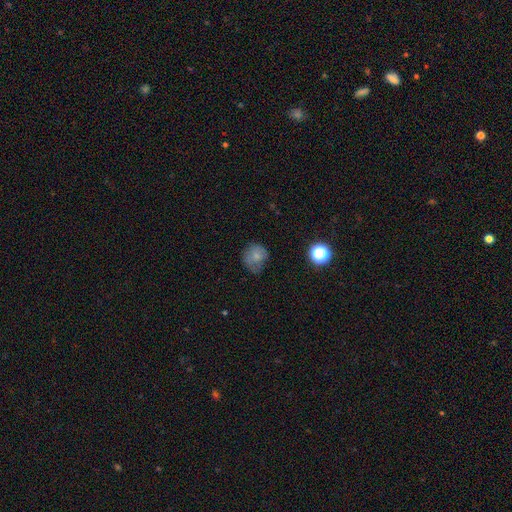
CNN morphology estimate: type=smooth (73%); roundness=round (73%); merging=none (49%).